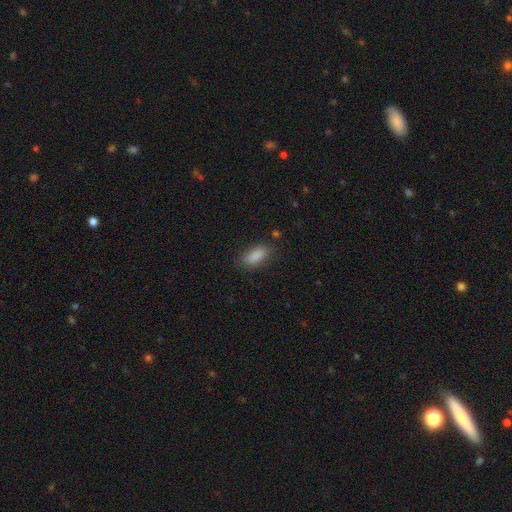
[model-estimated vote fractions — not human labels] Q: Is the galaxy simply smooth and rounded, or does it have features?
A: smooth — 88%.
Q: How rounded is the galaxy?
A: in between — 86%.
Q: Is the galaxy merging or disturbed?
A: none — 82%.